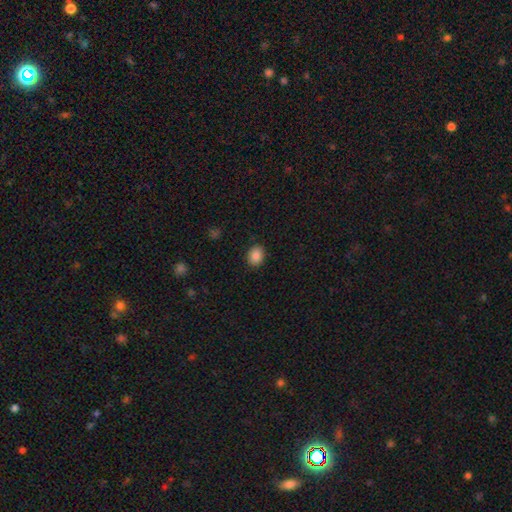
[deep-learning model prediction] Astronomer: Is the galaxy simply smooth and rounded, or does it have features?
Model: smooth — 87%.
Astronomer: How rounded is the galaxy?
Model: in between — 50% (runner-up: round, 49%).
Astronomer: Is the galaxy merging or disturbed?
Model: none — 88%.